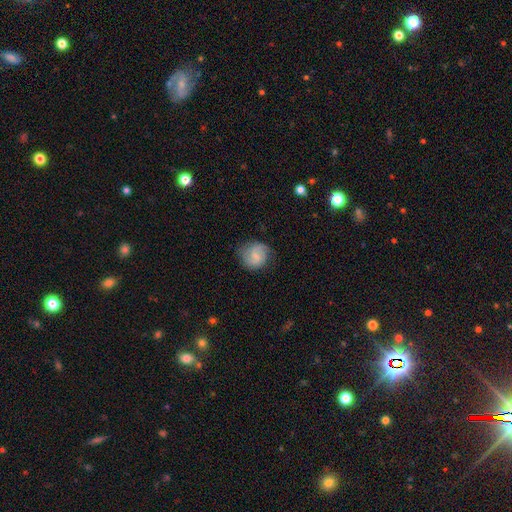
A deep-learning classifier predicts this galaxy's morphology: This appears to be a smooth galaxy with no disk features (50%) that is round (82%). Merging: none (74%).